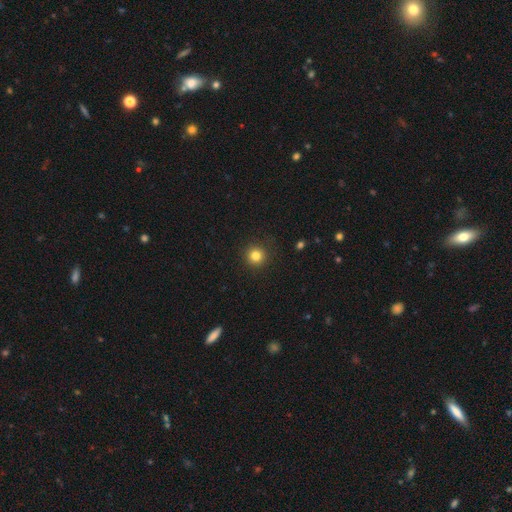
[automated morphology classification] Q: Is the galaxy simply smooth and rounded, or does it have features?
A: smooth — 82%.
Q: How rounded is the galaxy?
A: round — 94%.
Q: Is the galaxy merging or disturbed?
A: none — 91%.